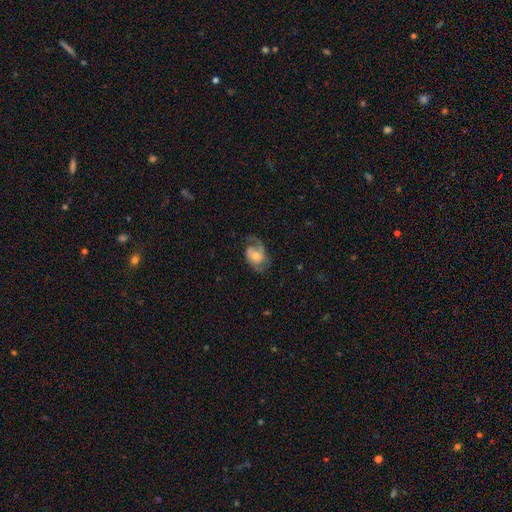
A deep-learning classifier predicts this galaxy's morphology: smooth_or_featured: featured or disk (p=0.70) [alt: smooth p=0.24]
disk_edge_on: no (p=0.96) [alt: yes p=0.04]
bar: no (p=0.67) [alt: weak p=0.26]
has_spiral_arms: yes (p=0.87) [alt: no p=0.13]
spiral_winding: medium (p=0.45) [alt: loose p=0.29]
spiral_arm_count: 2 (p=0.65) [alt: 1 p=0.21]
bulge_size: moderate (p=0.65) [alt: small p=0.24]
merging: none (p=0.58) [alt: minor disturbance p=0.22]